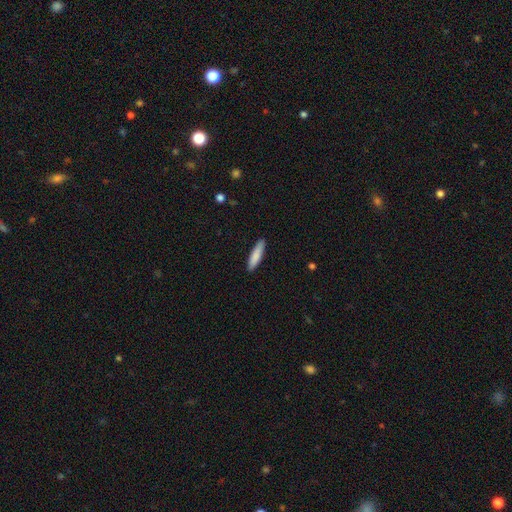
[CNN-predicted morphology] Overall: smooth (85%). How rounded: cigar-shaped (80%). Merging: none (89%).